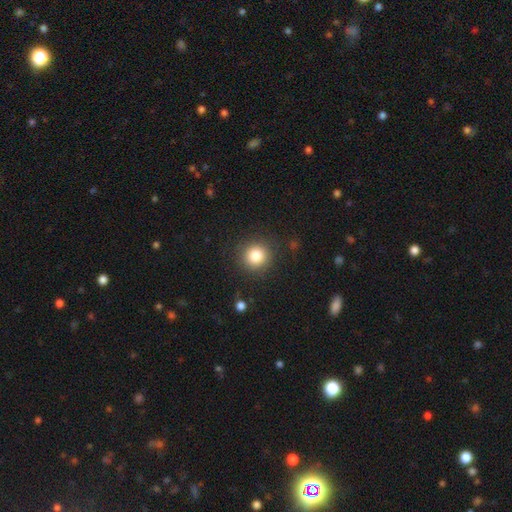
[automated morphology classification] The model was most divided on "smooth or featured": smooth: 83%, star or artifact: 11%, featured or disk: 6%. More confident: how rounded — round (93%); merging — none (89%).